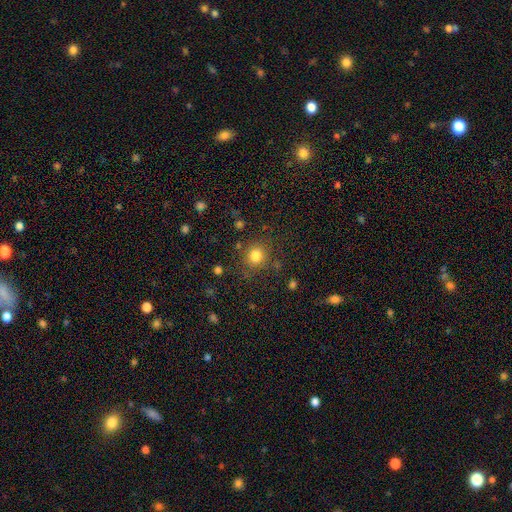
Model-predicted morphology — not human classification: smooth_or_featured: smooth (p=0.80) [alt: star or artifact p=0.13]
how_rounded: round (p=0.88) [alt: in between p=0.12]
merging: none (p=0.81) [alt: minor disturbance p=0.11]